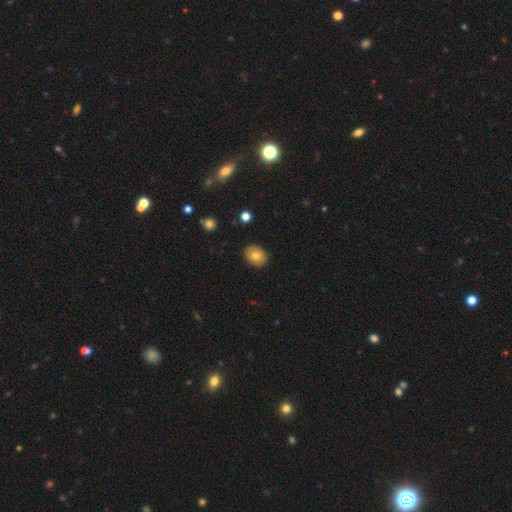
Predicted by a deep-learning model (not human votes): A smooth galaxy with no disk features (76%) that is in between round and cigar-shaped (52%). Merging: none (89%).